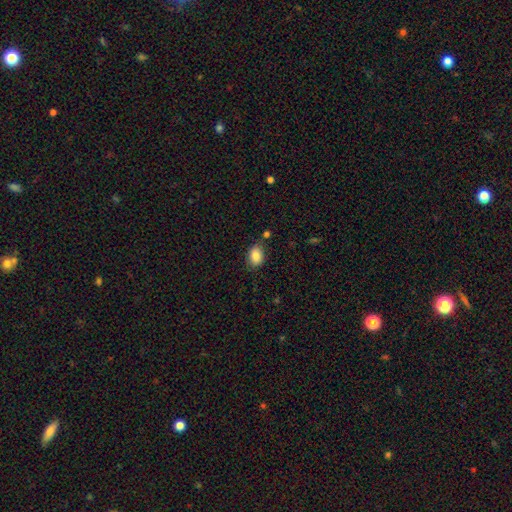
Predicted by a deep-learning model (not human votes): Morphology: type=smooth (85%); roundness=in between (77%); merging=none (73%).